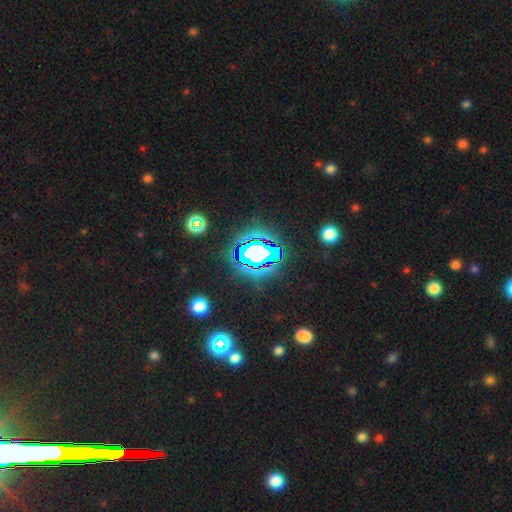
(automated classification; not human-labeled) Overall: star or artifact (73%).